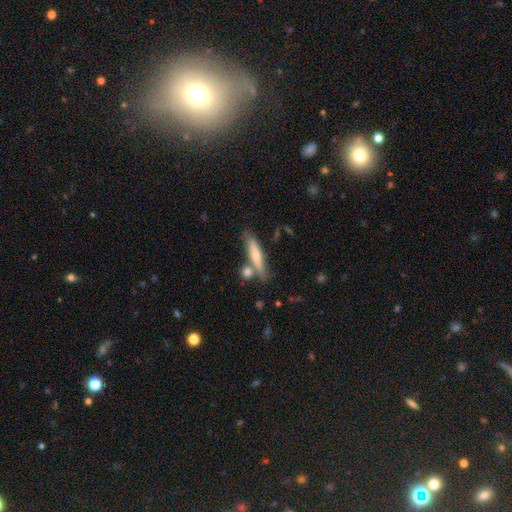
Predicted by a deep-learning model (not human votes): Smooth or featured? smooth (59%)
How rounded? cigar-shaped (86%)
Merging? none (68%)